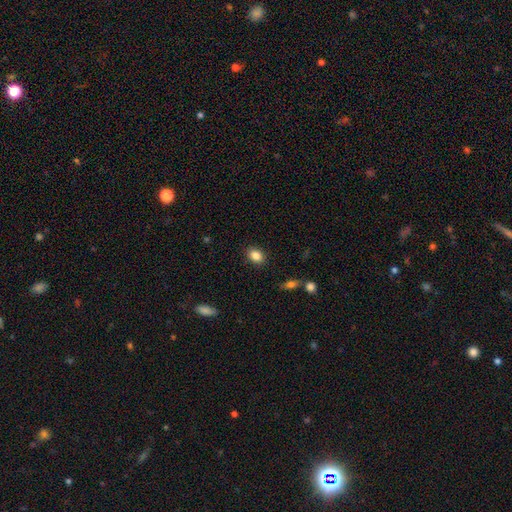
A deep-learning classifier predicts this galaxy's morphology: Smooth or featured: smooth — 85% (star or artifact — 9%)
How rounded: in between — 65% (round — 33%)
Merging: none — 89% (minor disturbance — 8%)